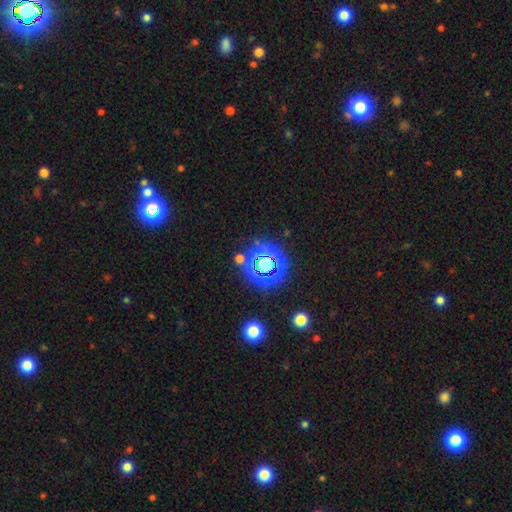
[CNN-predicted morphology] star or artifact 66%, smooth 27%, featured or disk 7%.